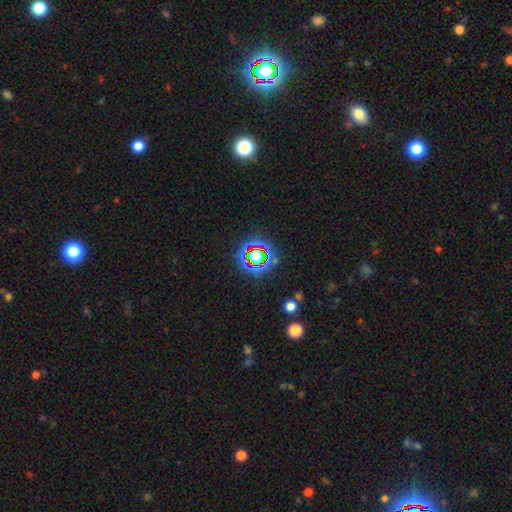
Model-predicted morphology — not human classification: Smooth or featured: star or artifact — 65% (smooth — 23%)